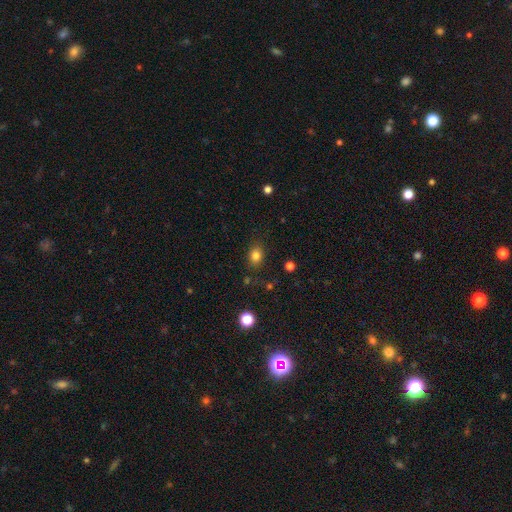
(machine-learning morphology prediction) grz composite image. It shows a smooth galaxy with no disk features (82%) that is in between round and cigar-shaped (57%). Merging: none (83%).